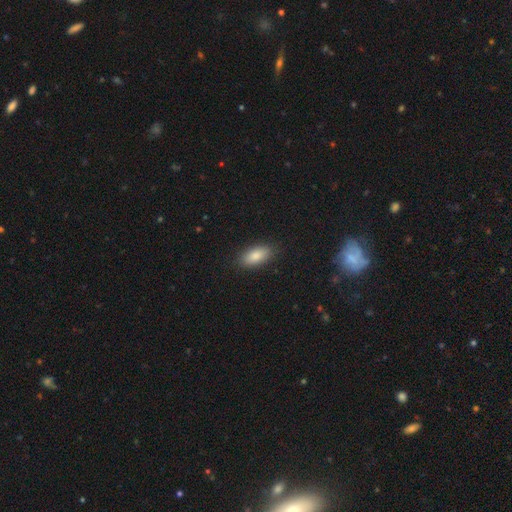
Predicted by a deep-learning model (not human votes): The model was most divided on "merging": none: 87%, minor disturbance: 9%, major disturbance: 2%, merger: 1%. More confident: how rounded — in between (89%); smooth or featured — smooth (86%).